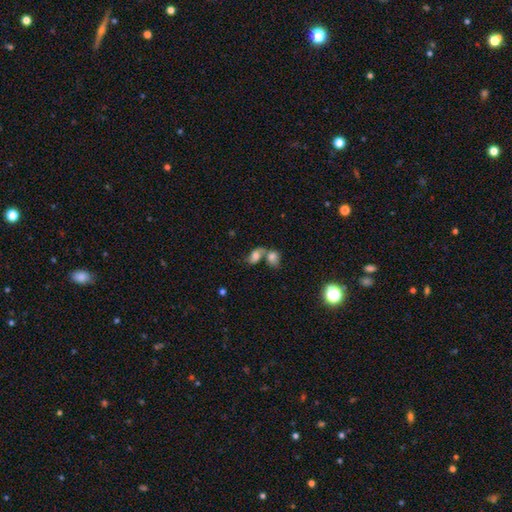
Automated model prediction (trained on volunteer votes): Q: Smooth or featured?
A: smooth (64%); runner-up: featured or disk (24%)
Q: How rounded?
A: in between (78%); runner-up: round (19%)
Q: Merging?
A: merger (64%); runner-up: none (21%)